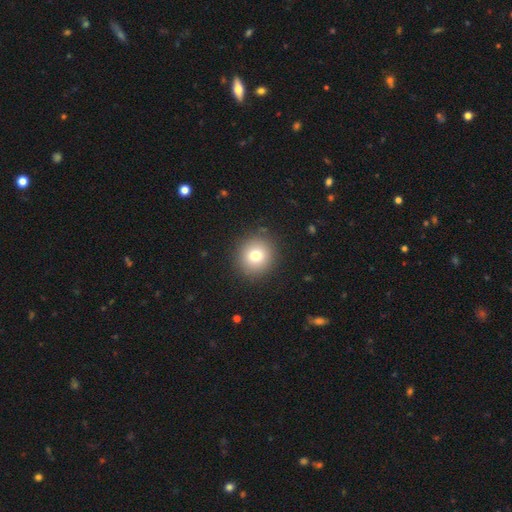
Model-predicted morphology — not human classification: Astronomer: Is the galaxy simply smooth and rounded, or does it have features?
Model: smooth — 76%.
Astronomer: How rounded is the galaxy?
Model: round — 92%.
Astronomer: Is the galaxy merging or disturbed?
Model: none — 90%.